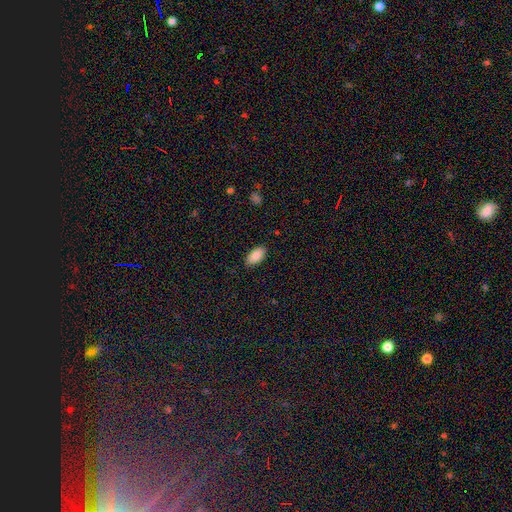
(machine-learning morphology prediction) This appears to be a smooth galaxy with no disk features (88%) that is in between round and cigar-shaped (94%). Merging: none (87%).